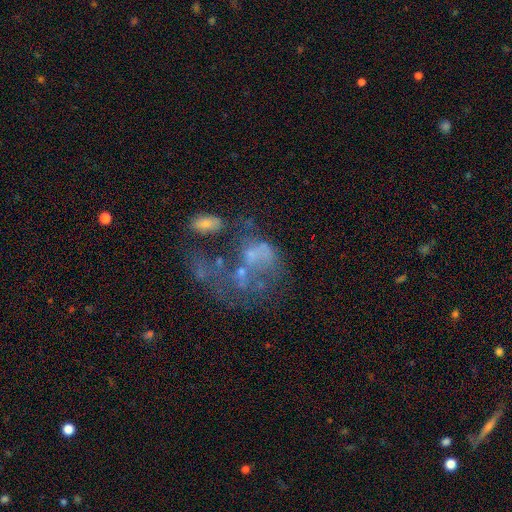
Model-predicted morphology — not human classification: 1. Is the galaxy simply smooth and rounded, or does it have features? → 52% featured or disk, 29% smooth, 18% star or artifact.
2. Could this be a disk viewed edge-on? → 98% no, 2% yes.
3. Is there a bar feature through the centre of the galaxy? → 91% no, 7% weak, 2% strong.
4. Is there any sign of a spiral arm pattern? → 91% no, 9% yes.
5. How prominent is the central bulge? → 67% none, 19% small, 10% moderate, 2% large, 1% dominant.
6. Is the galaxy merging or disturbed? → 36% merger, 35% major disturbance, 18% none, 10% minor disturbance.